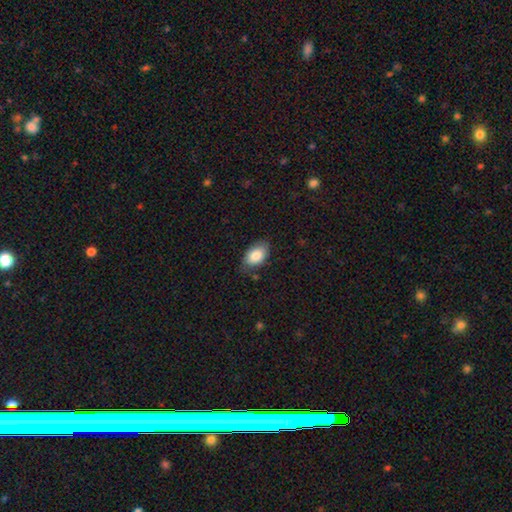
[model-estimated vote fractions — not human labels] This appears to be a smooth galaxy with no disk features (84%) that is in between round and cigar-shaped (92%). Merging: none (73%).